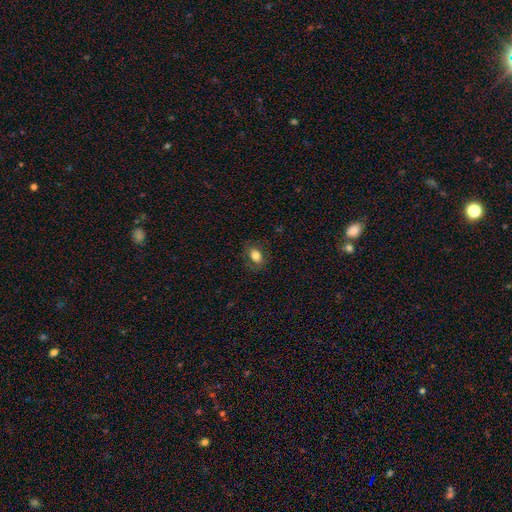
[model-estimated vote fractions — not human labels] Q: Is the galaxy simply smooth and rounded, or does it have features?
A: smooth — 81%.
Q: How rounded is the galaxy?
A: in between — 74%.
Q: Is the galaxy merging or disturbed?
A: none — 82%.